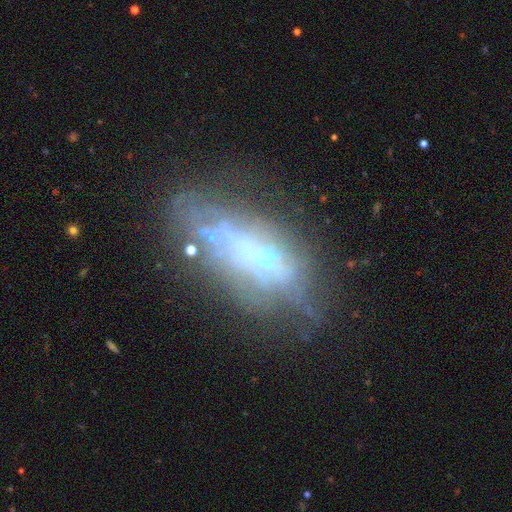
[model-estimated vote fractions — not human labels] featured or disk 59%, smooth 25%, star or artifact 16%. Down the decision tree: edge-on disk — no (68%); merging — none (41%).